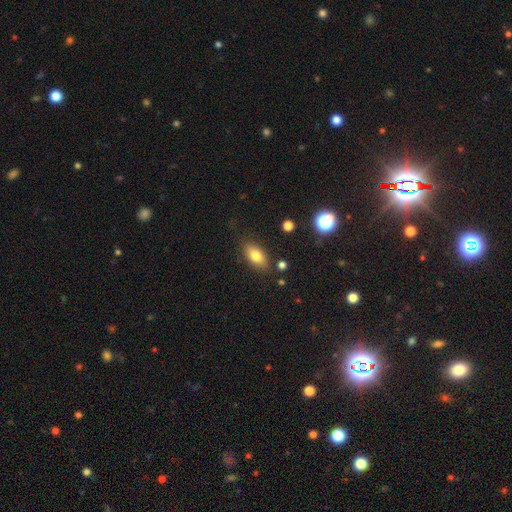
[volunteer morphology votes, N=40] This appears to be a smooth galaxy with no disk features (78%) that is in between round and cigar-shaped (84%). Merging: none (85%).